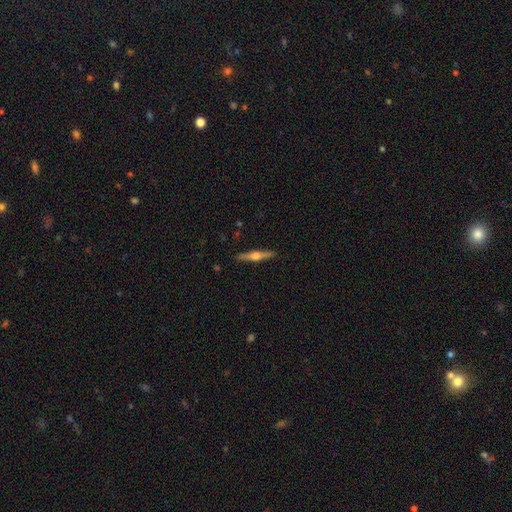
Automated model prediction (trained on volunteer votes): This appears to be a featured or disk galaxy (70%) viewed edge-on (98%) with a rounded central bulge (92%). Merging: none (91%).